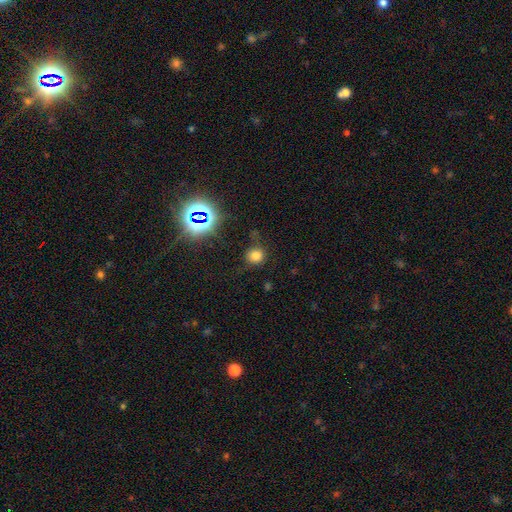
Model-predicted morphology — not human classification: This appears to be a smooth galaxy with no disk features (71%) that is round (88%). Merging: none (77%).